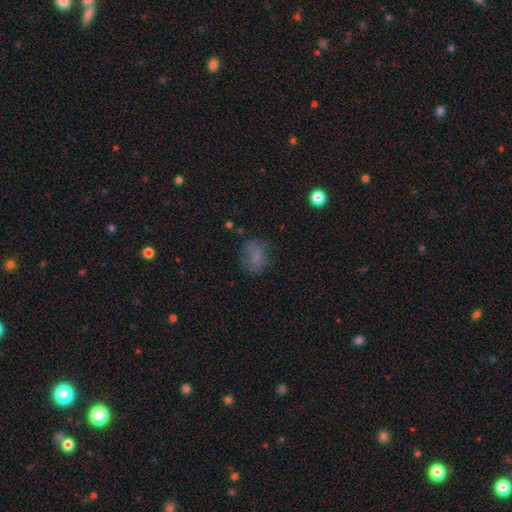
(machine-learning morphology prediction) type=smooth (68%); roundness=in between (51%); merging=none (62%).